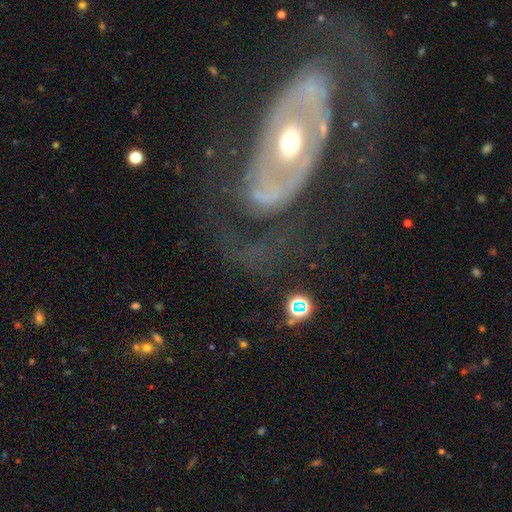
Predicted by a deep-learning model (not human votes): The model was most divided on "spiral arms": yes: 56%, no: 44%. More confident: edge-on disk — no (90%); smooth or featured — featured or disk (76%); bar — no (70%); bulge size — moderate (69%); merging — none (59%).